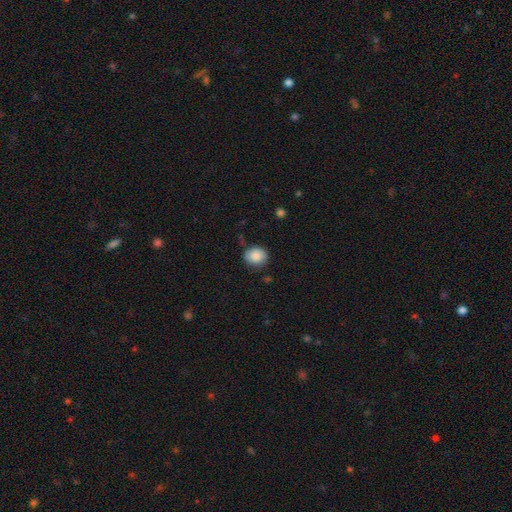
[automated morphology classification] Smooth or featured: smooth — 80% (featured or disk — 12%)
How rounded: round — 73% (in between — 27%)
Merging: none — 71% (minor disturbance — 22%)